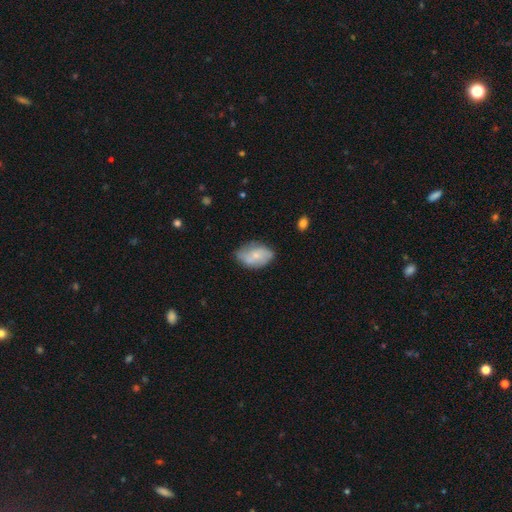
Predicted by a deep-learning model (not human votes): Smooth or featured? smooth (53%)
How rounded? in between (88%)
Merging? none (62%)